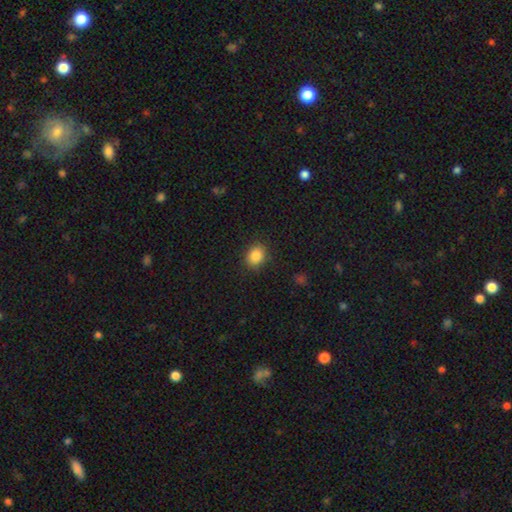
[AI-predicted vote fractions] smooth_or_featured: smooth (p=0.86) [alt: star or artifact p=0.09]
how_rounded: round (p=0.52) [alt: in between p=0.48]
merging: none (p=0.87) [alt: minor disturbance p=0.09]